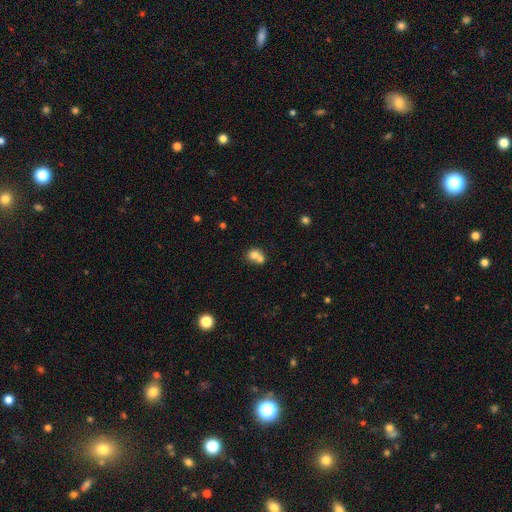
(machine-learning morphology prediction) A smooth galaxy with no disk features (72%) that is round (68%). Merging: merger (64%).